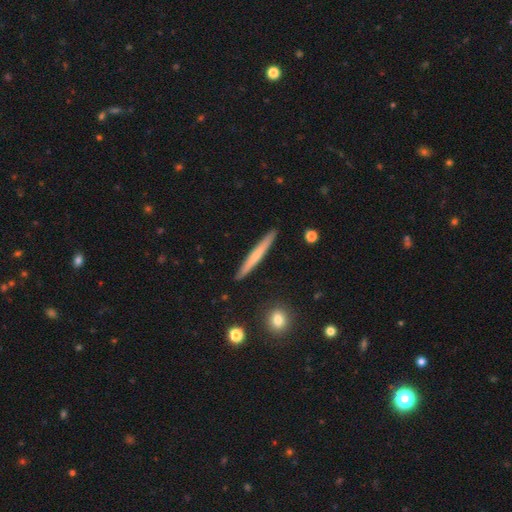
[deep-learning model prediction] smooth_or_featured: smooth (p=0.54) [alt: featured or disk p=0.41]
how_rounded: cigar-shaped (p=0.97) [alt: in between p=0.02]
merging: none (p=0.91) [alt: minor disturbance p=0.07]